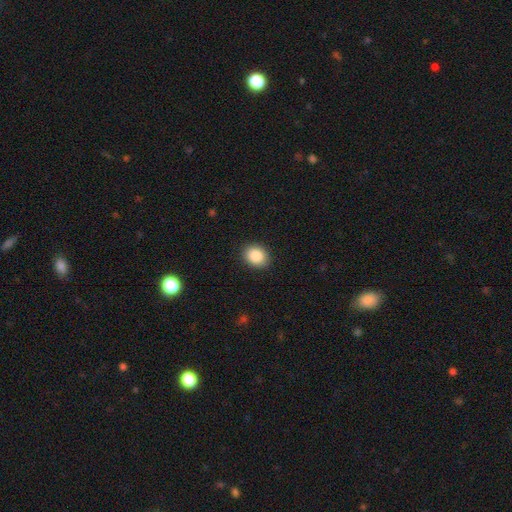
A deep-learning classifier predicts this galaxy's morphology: smooth-or-featured: smooth: 88% | star or artifact: 8% | featured or disk: 4%
  how-rounded: round: 51% | in between: 48% | cigar-shaped: 1%
  merging: none: 89% | minor disturbance: 8% | major disturbance: 2% | merger: 1%